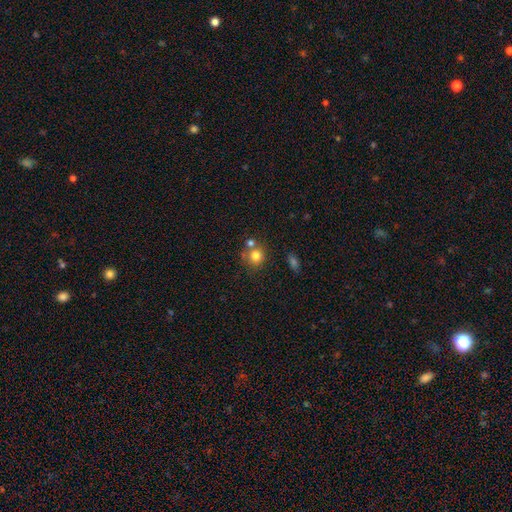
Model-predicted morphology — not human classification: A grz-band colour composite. It shows a smooth galaxy with no disk features (79%) that is round (85%). Merging: none (58%).